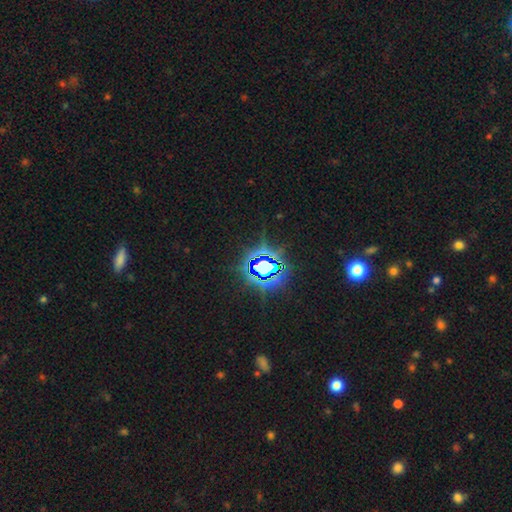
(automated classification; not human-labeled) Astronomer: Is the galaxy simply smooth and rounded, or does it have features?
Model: star or artifact — 80%.